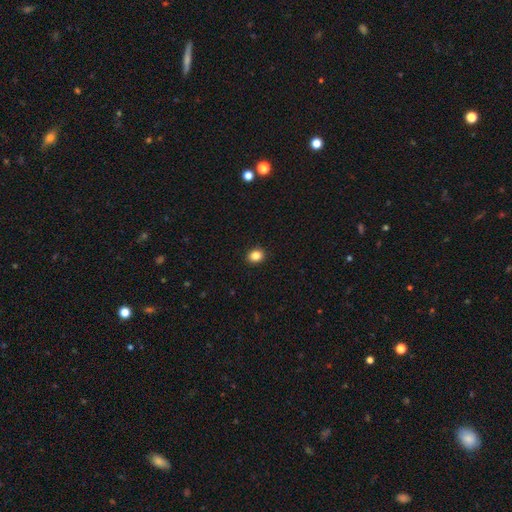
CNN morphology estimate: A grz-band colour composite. It shows a smooth galaxy with no disk features (85%) that is round (61%). Merging: none (92%).